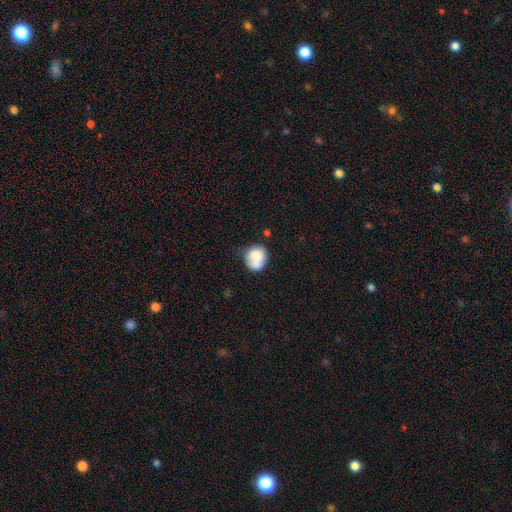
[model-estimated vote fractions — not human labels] Overall: smooth (73%). How rounded: round (71%). Merging: none (41%; merger 27%).